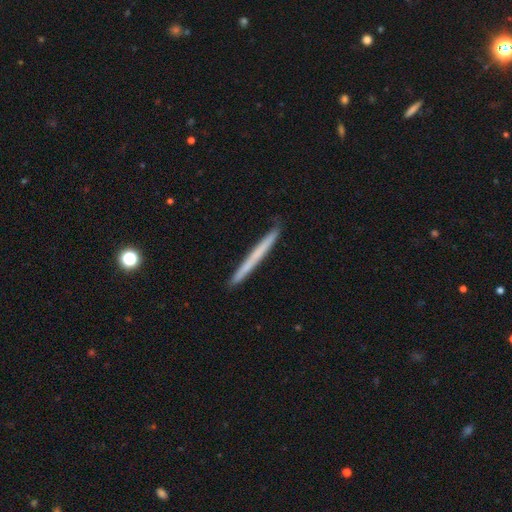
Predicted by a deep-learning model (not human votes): A smooth galaxy with no disk features (54%) that is cigar-shaped (97%).

Vote fractions:
- Smooth or featured? smooth: 54% / featured or disk: 40% / star or artifact: 6%
- How rounded? cigar-shaped: 97% / in between: 1% / round: 1%
- Merging? none: 91% / minor disturbance: 7% / major disturbance: 1% / merger: 1%